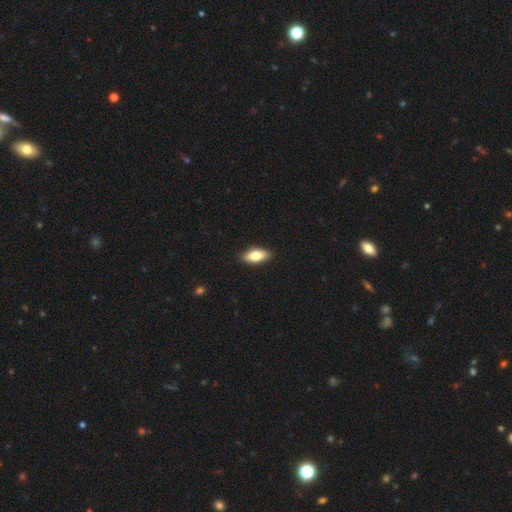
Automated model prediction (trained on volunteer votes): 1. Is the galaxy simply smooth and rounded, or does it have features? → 76% smooth, 18% featured or disk, 6% star or artifact.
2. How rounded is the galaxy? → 81% in between, 17% cigar-shaped, 3% round.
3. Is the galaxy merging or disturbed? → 89% none, 8% minor disturbance, 2% major disturbance, 1% merger.